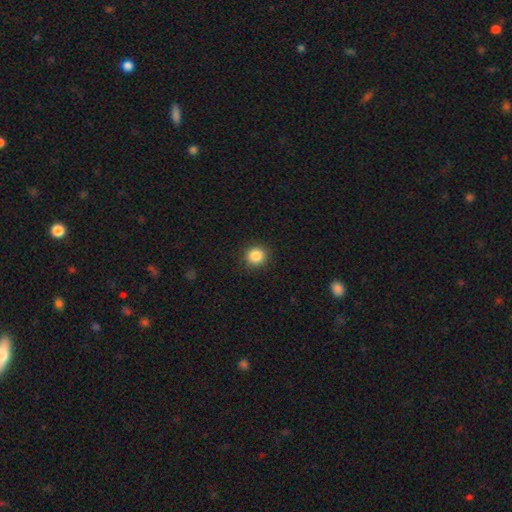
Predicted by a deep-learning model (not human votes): Smooth or featured: smooth — 86% (star or artifact — 10%)
How rounded: round — 91% (in between — 8%)
Merging: none — 91% (minor disturbance — 6%)